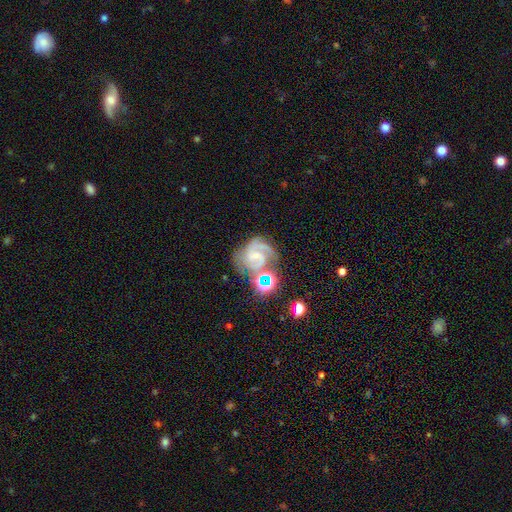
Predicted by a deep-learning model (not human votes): Morphology: type=featured or disk (84%); edge-on=no (98%); bar=no (49%); spiral arms=yes (97%); winding=medium (47%); arm count=2 (54%); bulge=small (70%); merging=none (50%).